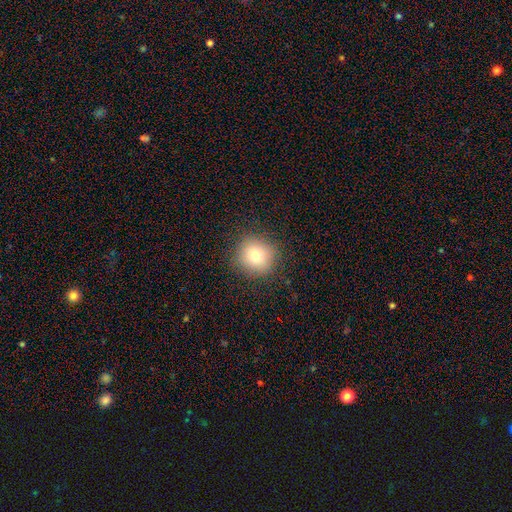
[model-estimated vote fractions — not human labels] The model was most divided on "smooth or featured": smooth: 77%, star or artifact: 12%, featured or disk: 10%. More confident: how rounded — round (91%); merging — none (89%).